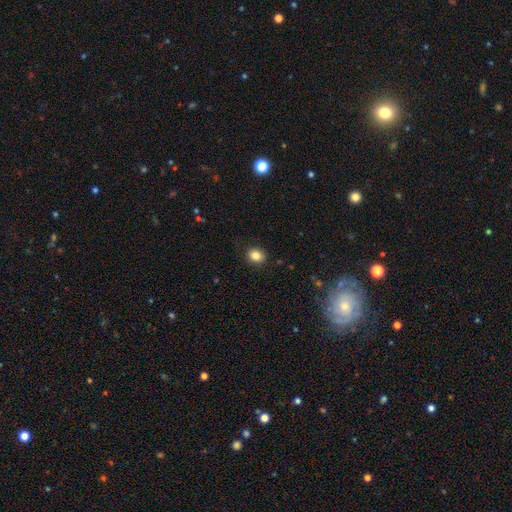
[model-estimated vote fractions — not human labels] This appears to be a smooth galaxy with no disk features (84%) that is round (68%). Merging: none (89%).